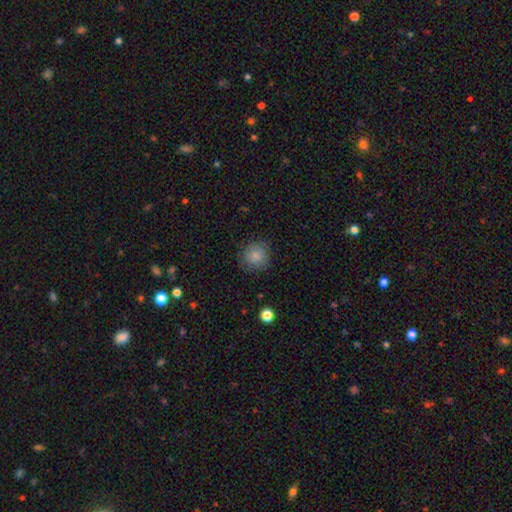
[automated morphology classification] This is clearly a smooth galaxy (85%). How rounded: clearly round (89%). Merging: clearly none (82%).